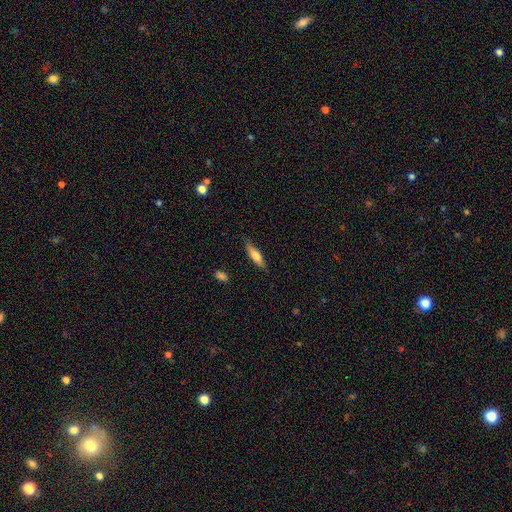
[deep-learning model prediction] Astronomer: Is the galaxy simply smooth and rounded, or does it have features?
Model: smooth — 62%.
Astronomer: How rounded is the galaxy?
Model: cigar-shaped — 72%.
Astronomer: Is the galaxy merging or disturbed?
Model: none — 83%.